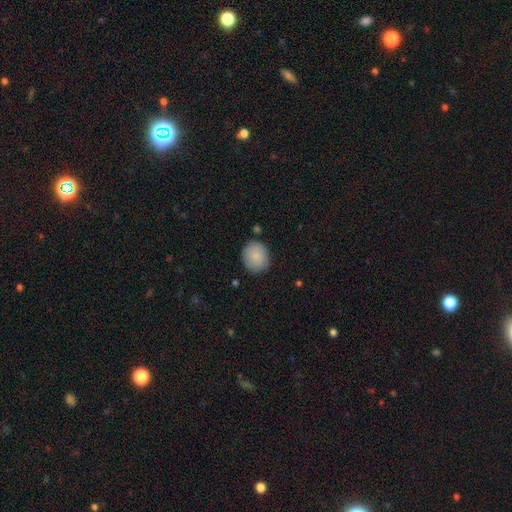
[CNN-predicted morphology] Smooth or featured? Predicted: smooth (p=0.86). How rounded? Predicted: round (p=0.76). Merging? Predicted: none (p=0.82).